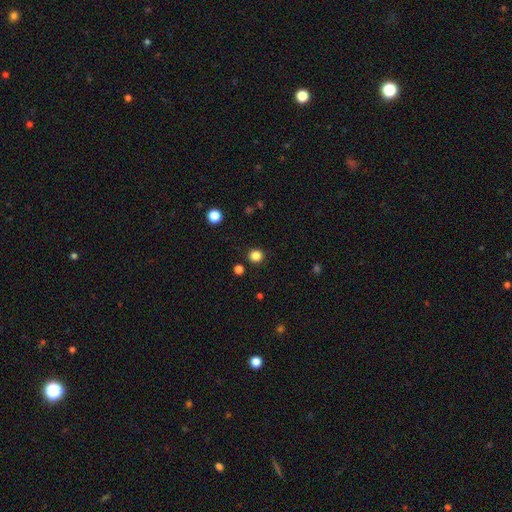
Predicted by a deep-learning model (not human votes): smooth_or_featured: smooth (p=0.84) [alt: star or artifact p=0.13]
how_rounded: round (p=0.92) [alt: in between p=0.07]
merging: none (p=0.91) [alt: minor disturbance p=0.05]